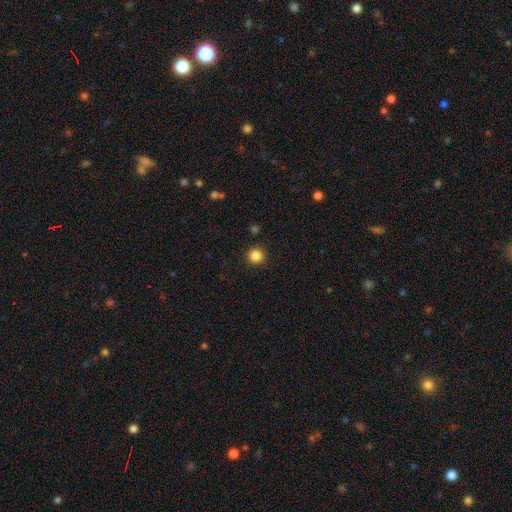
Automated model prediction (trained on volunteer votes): Smooth or featured?
  - smooth: 85% *
  - star or artifact: 11%
  - featured or disk: 3%
How rounded?
  - round: 95% *
  - in between: 4%
  - cigar-shaped: 1%
Merging?
  - none: 92% *
  - minor disturbance: 5%
  - major disturbance: 2%
  - merger: 1%